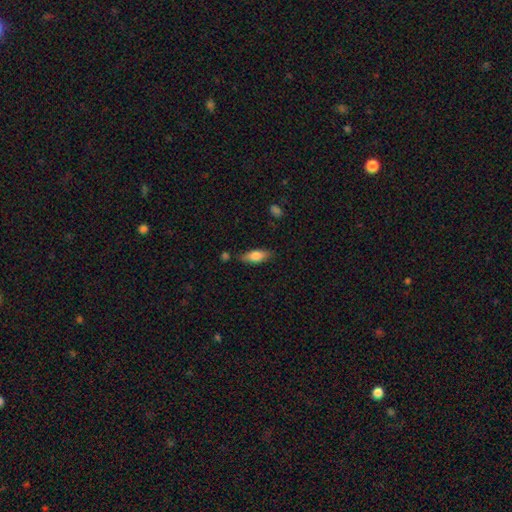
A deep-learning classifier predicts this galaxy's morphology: Smooth or featured? Predicted: smooth (p=0.69). How rounded? Predicted: in between (p=0.64). Merging? Predicted: none (p=0.79).